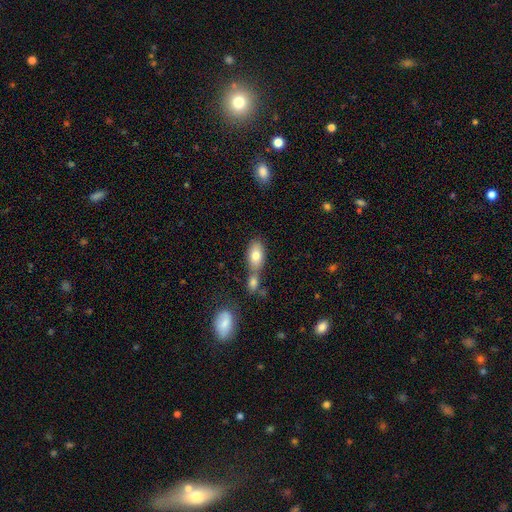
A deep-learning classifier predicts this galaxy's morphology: Q: Smooth or featured?
A: smooth (79%); runner-up: featured or disk (14%)
Q: How rounded?
A: in between (89%); runner-up: round (7%)
Q: Merging?
A: none (46%); runner-up: merger (37%)